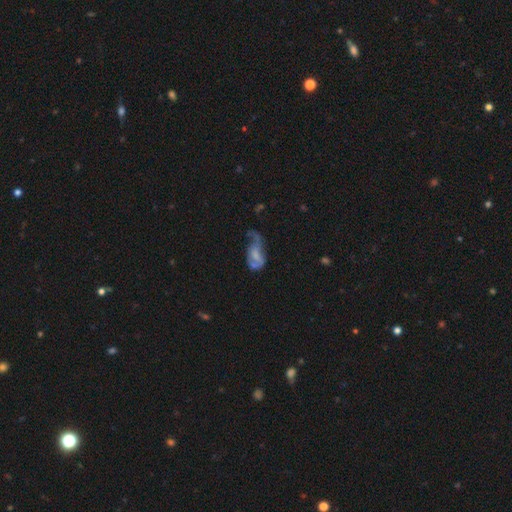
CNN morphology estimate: A featured or disk galaxy (51%). Merging: major disturbance (44%).